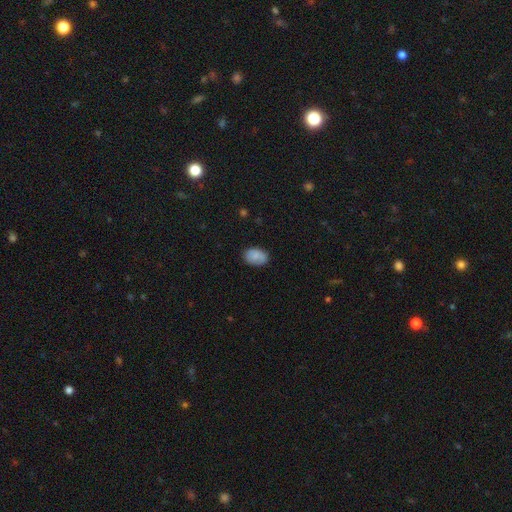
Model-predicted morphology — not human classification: Overall: smooth (84%). How rounded: in between (82%). Merging: none (80%).